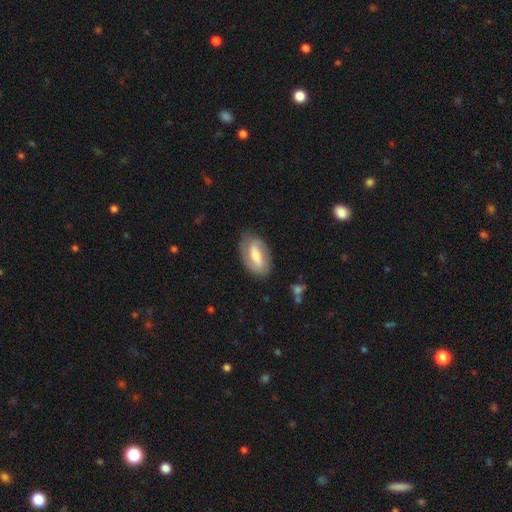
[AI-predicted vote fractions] Smooth or featured? featured or disk (62%)
Edge-on disk? no (92%)
Bar? strong (44%)
Spiral arms? yes (75%)
Bulge size? moderate (58%)
Merging? none (80%)